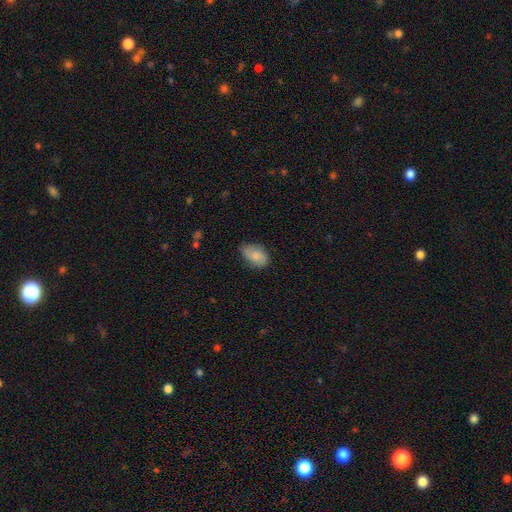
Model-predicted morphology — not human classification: smooth 73%, featured or disk 20%, star or artifact 7%. Down the decision tree: how rounded — in between (89%); merging — none (68%).